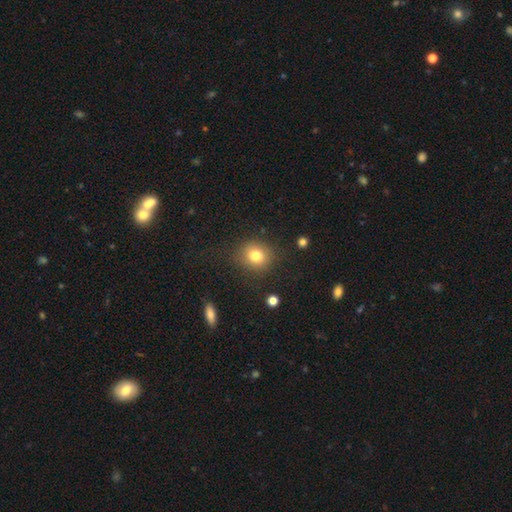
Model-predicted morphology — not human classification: Overall: smooth (79%). How rounded: round (78%). Merging: none (84%).